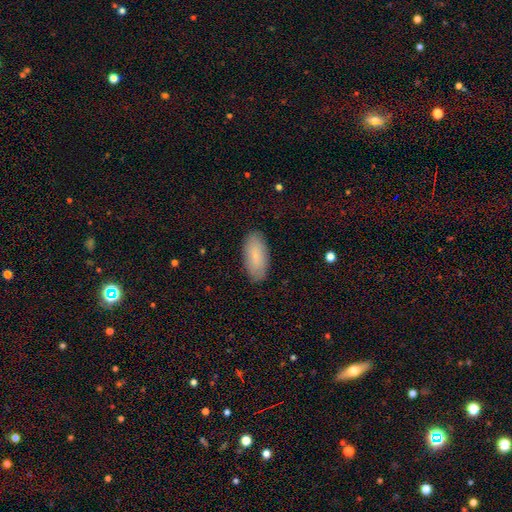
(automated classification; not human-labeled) Smooth or featured?
  - smooth: 83% *
  - featured or disk: 11%
  - star or artifact: 6%
How rounded?
  - in between: 89% *
  - cigar-shaped: 9%
  - round: 2%
Merging?
  - none: 87% *
  - minor disturbance: 10%
  - major disturbance: 2%
  - merger: 1%